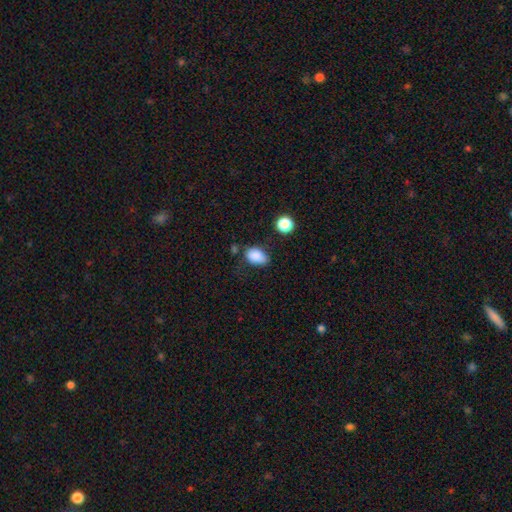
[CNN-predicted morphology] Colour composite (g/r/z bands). It shows a smooth galaxy with no disk features (86%) that is in between round and cigar-shaped (84%). Merging: none (63%).